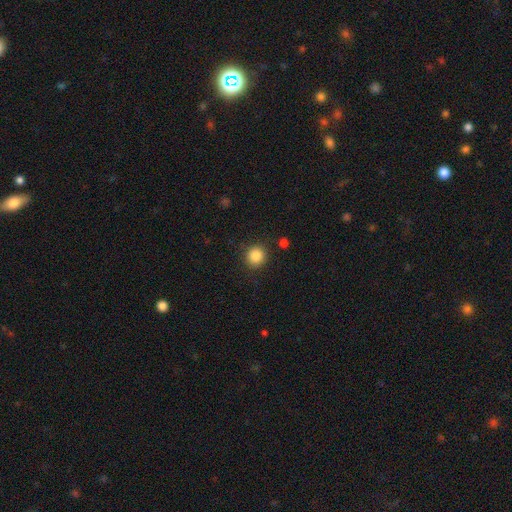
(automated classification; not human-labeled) Smooth or featured? Predicted: smooth (p=0.86). How rounded? Predicted: round (p=0.90). Merging? Predicted: none (p=0.88).